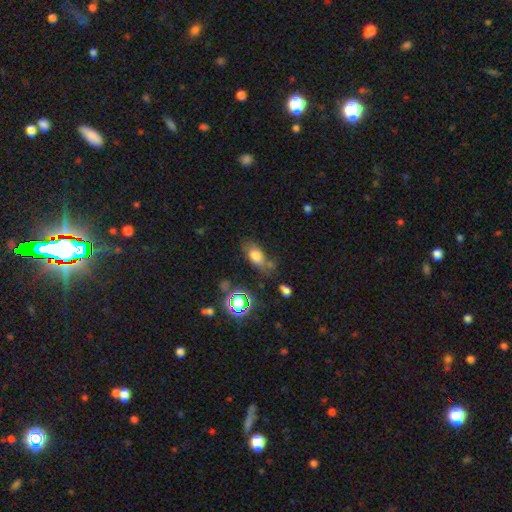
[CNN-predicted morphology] Q: Smooth or featured?
A: smooth (70%); runner-up: featured or disk (17%)
Q: How rounded?
A: in between (81%); runner-up: round (11%)
Q: Merging?
A: none (53%); runner-up: minor disturbance (26%)